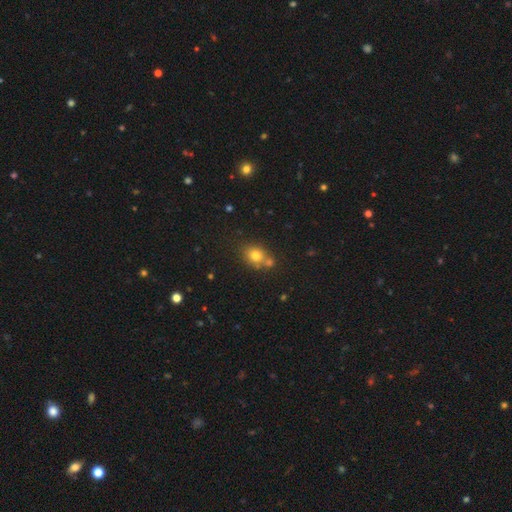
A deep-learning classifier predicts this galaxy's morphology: This appears to be a smooth galaxy with no disk features (76%) that is round (57%). Merging: none (56%).